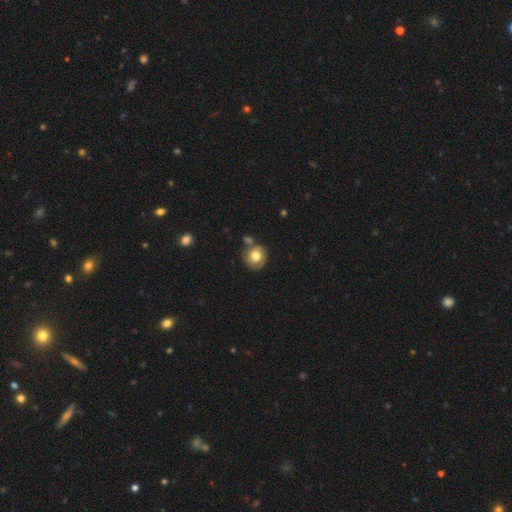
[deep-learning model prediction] A smooth galaxy with no disk features (70%) that is round (83%). Merging: none (59%).